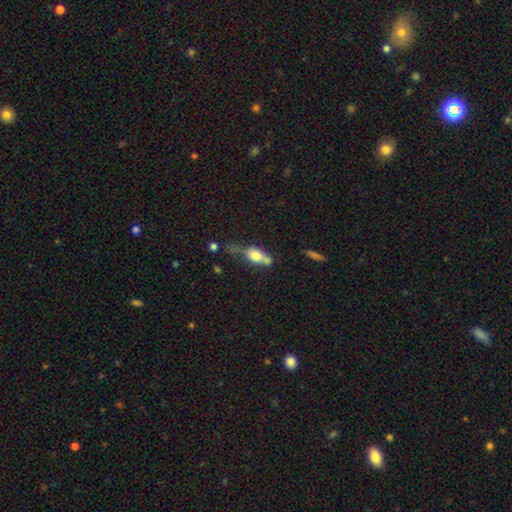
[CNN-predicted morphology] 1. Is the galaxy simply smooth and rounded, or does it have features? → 56% smooth, 35% featured or disk, 9% star or artifact.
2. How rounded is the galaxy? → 67% in between, 24% cigar-shaped, 9% round.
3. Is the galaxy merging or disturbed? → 30% none, 27% minor disturbance, 23% major disturbance, 19% merger.